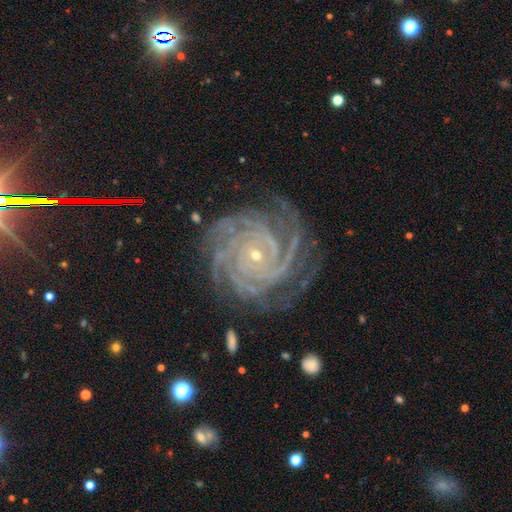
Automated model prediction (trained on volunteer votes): Smooth or featured?
  - featured or disk: 92% *
  - star or artifact: 5%
  - smooth: 3%
Edge-on disk?
  - no: 98% *
  - yes: 2%
Bar?
  - no: 76% *
  - weak: 15%
  - strong: 9%
Spiral arms?
  - yes: 99% *
  - no: 1%
Spiral winding?
  - tight: 84% *
  - medium: 14%
  - loose: 2%
Spiral arm count?
  - 4: 31% *
  - more than 4: 21%
  - 3: 18%
  - can't tell: 12%
  - 2: 10%
  - 1: 8%
Bulge size?
  - small: 84% *
  - moderate: 13%
  - none: 1%
  - large: 1%
  - dominant: 1%
Merging?
  - none: 76% *
  - minor disturbance: 17%
  - major disturbance: 6%
  - merger: 1%